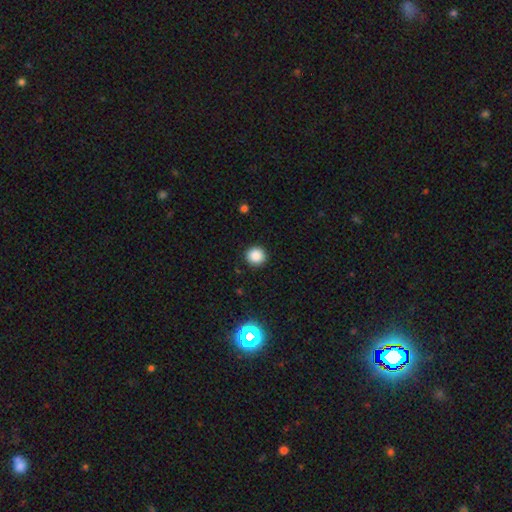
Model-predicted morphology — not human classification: Smooth or featured: smooth — 86% (star or artifact — 11%)
How rounded: round — 94% (in between — 5%)
Merging: none — 92% (minor disturbance — 5%)